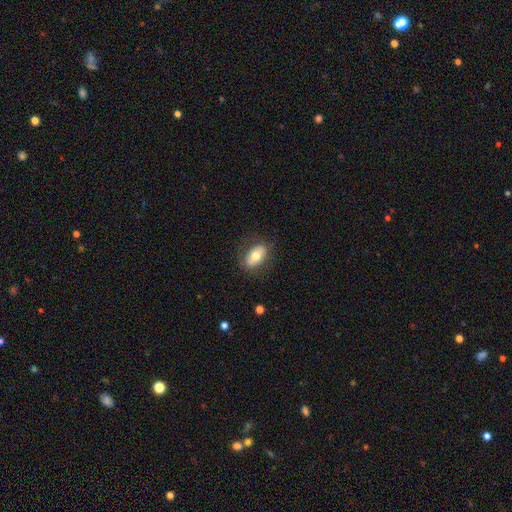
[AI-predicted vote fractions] smooth_or_featured: smooth (p=0.65) [alt: featured or disk p=0.29]
how_rounded: in between (p=0.89) [alt: round p=0.08]
merging: none (p=0.78) [alt: minor disturbance p=0.15]